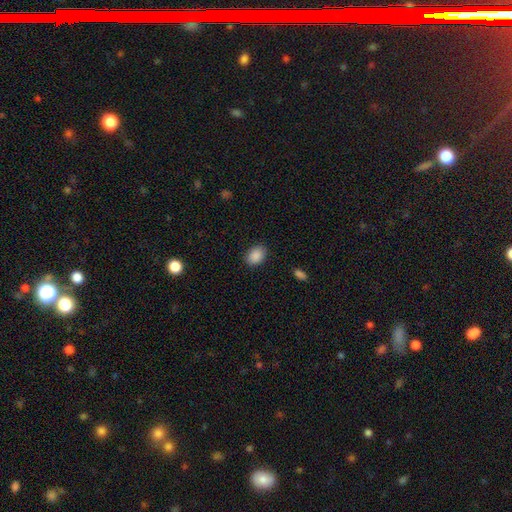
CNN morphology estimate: smooth-or-featured: smooth: 89% | star or artifact: 8% | featured or disk: 3%
  how-rounded: in between: 71% | round: 28% | cigar-shaped: 1%
  merging: none: 86% | minor disturbance: 10% | major disturbance: 3% | merger: 1%